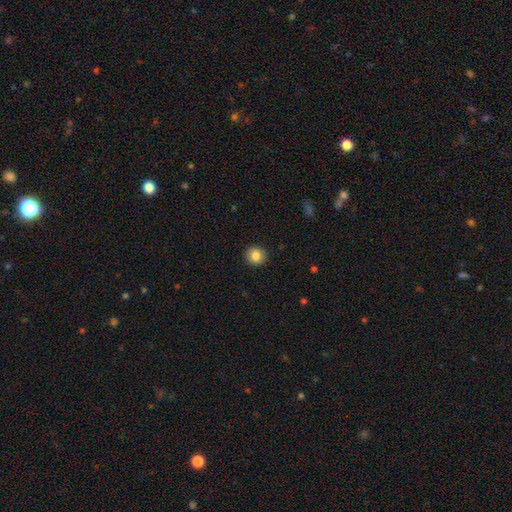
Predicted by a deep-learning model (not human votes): This is clearly a smooth galaxy (85%). How rounded: clearly round (90%). Merging: clearly none (92%).